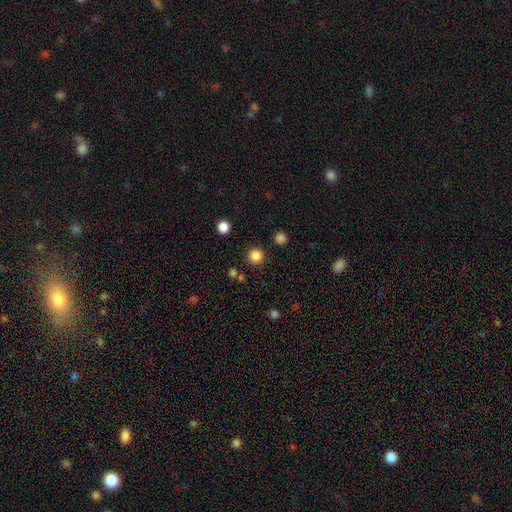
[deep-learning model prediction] A smooth galaxy with no disk features (83%) that is round (95%). Merging: none (90%).